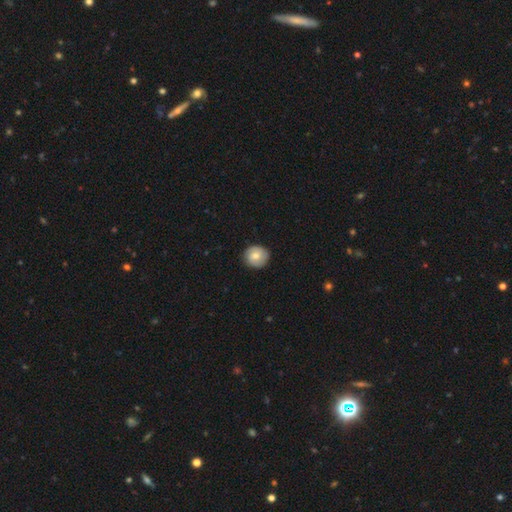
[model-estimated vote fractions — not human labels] Smooth or featured?
  - smooth: 70% *
  - featured or disk: 22%
  - star or artifact: 7%
How rounded?
  - round: 88% *
  - in between: 11%
  - cigar-shaped: 1%
Merging?
  - none: 85% *
  - minor disturbance: 12%
  - major disturbance: 2%
  - merger: 1%